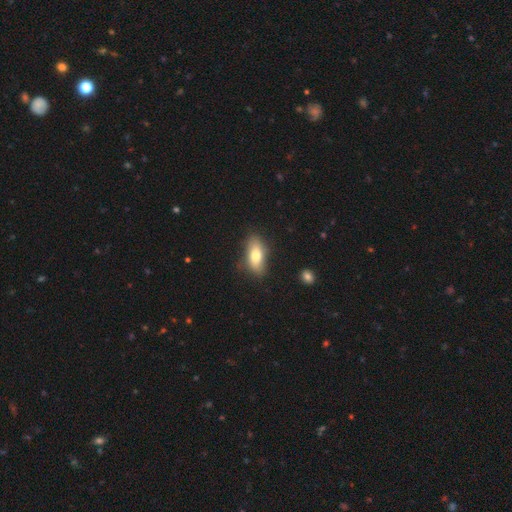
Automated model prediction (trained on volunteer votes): Smooth or featured? smooth (74%)
How rounded? in between (82%)
Merging? none (76%)